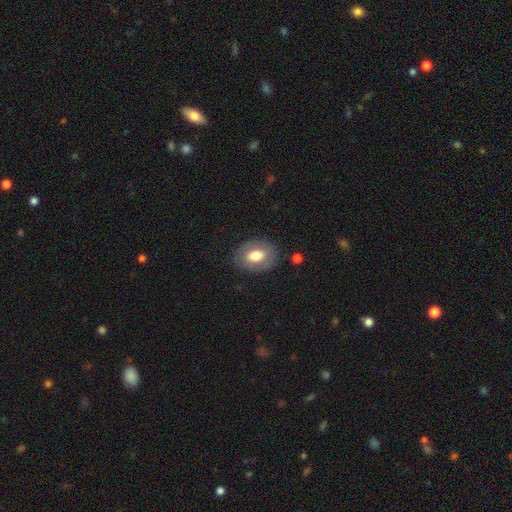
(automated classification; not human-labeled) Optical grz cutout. It shows a smooth galaxy with no disk features (63%) that is in between round and cigar-shaped (78%). Merging: none (82%).